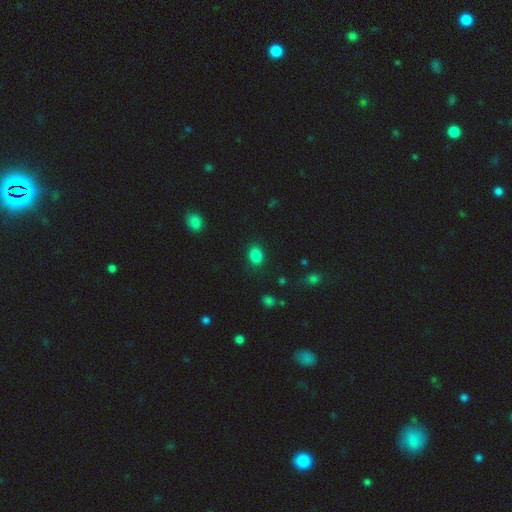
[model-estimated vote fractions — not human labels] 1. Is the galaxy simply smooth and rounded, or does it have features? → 85% smooth, 11% star or artifact, 4% featured or disk.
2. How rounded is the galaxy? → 67% in between, 31% round, 1% cigar-shaped.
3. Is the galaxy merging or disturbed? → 85% none, 10% minor disturbance, 3% major disturbance, 2% merger.